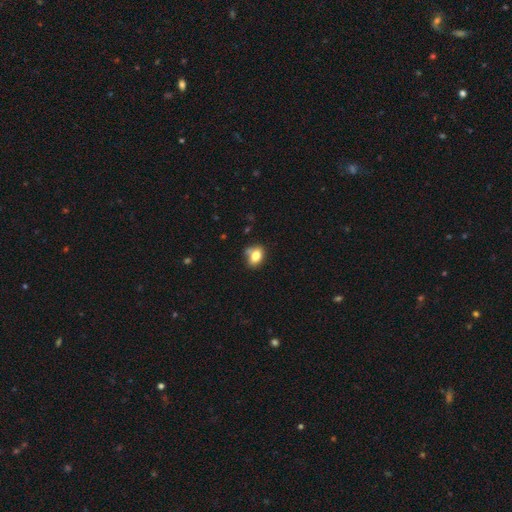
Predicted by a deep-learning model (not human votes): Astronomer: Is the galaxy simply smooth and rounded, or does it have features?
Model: smooth — 79%.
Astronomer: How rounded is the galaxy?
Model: in between — 67%.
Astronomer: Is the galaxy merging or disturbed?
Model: none — 57%.